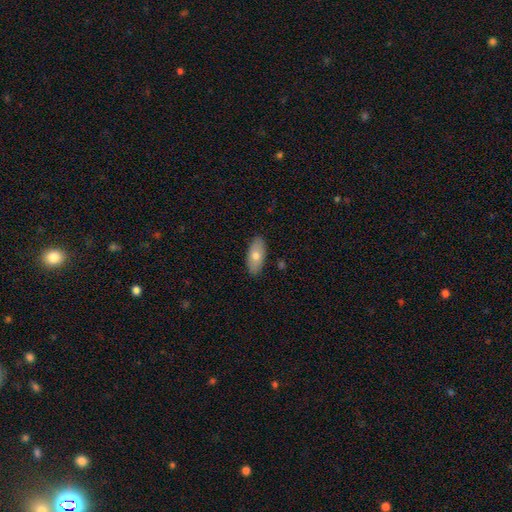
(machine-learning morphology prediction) smooth-or-featured: smooth: 71% | featured or disk: 23% | star or artifact: 6%
  how-rounded: in between: 90% | cigar-shaped: 6% | round: 3%
  merging: none: 88% | minor disturbance: 9% | major disturbance: 2% | merger: 1%